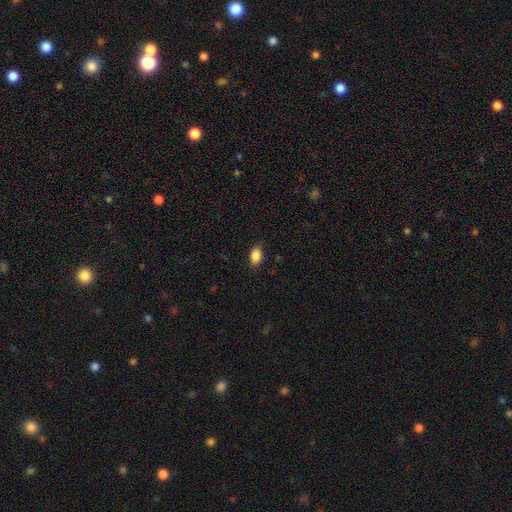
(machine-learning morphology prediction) A smooth galaxy with no disk features (88%) that is in between round and cigar-shaped (85%). Merging: none (84%).